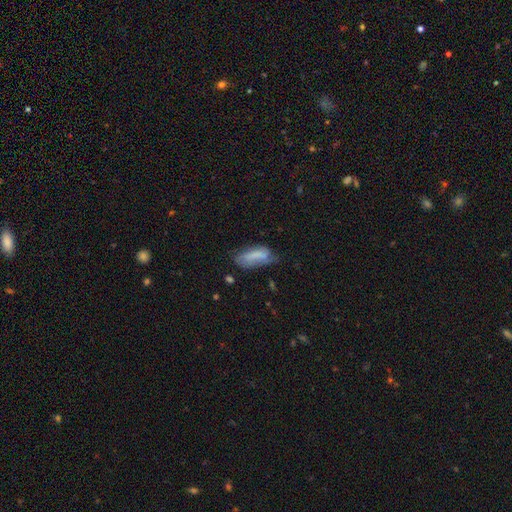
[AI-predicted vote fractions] A smooth galaxy with no disk features (64%) that is in between round and cigar-shaped (77%).

Vote fractions:
- Smooth or featured? smooth: 64% / featured or disk: 27% / star or artifact: 9%
- How rounded? in between: 77% / cigar-shaped: 20% / round: 2%
- Merging? none: 41% / minor disturbance: 36% / major disturbance: 19% / merger: 4%